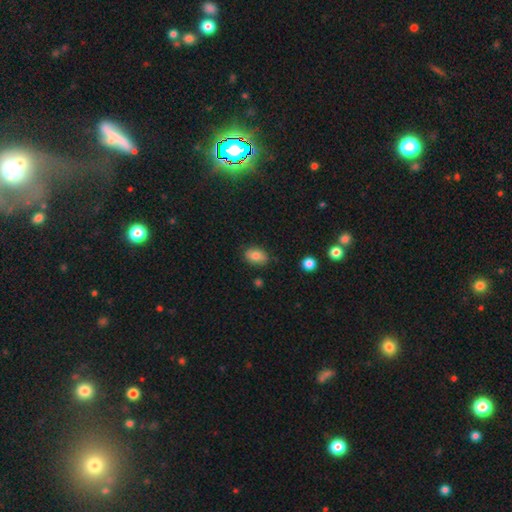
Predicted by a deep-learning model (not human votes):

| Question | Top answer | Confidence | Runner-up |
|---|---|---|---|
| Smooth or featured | smooth | 82% | star or artifact (9%) |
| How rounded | in between | 82% | round (17%) |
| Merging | none | 79% | minor disturbance (16%) |